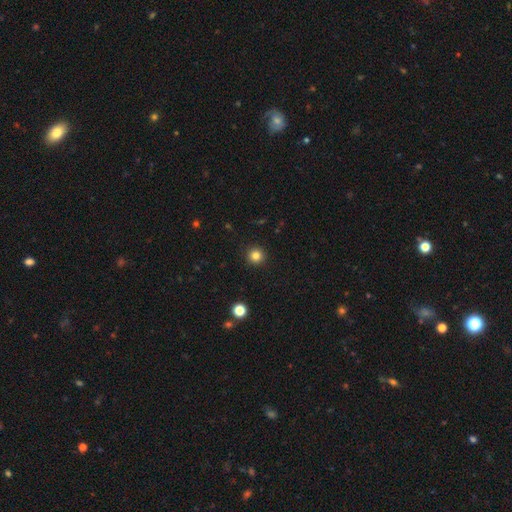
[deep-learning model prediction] Q: Smooth or featured?
A: smooth (82%); runner-up: star or artifact (13%)
Q: How rounded?
A: round (95%); runner-up: in between (4%)
Q: Merging?
A: none (93%); runner-up: minor disturbance (5%)